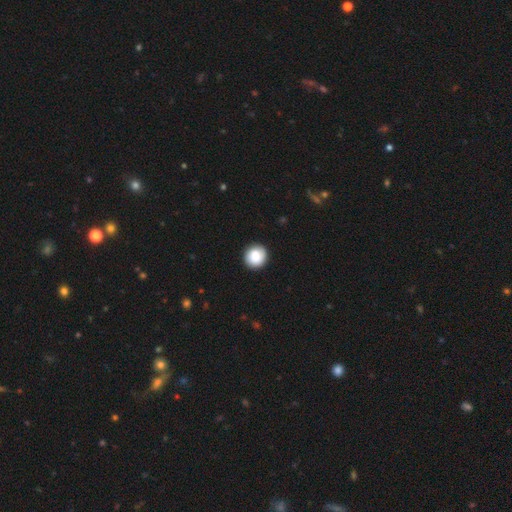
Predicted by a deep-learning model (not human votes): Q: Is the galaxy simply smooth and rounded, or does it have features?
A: smooth — 83%.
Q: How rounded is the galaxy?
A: round — 93%.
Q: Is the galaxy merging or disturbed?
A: none — 90%.